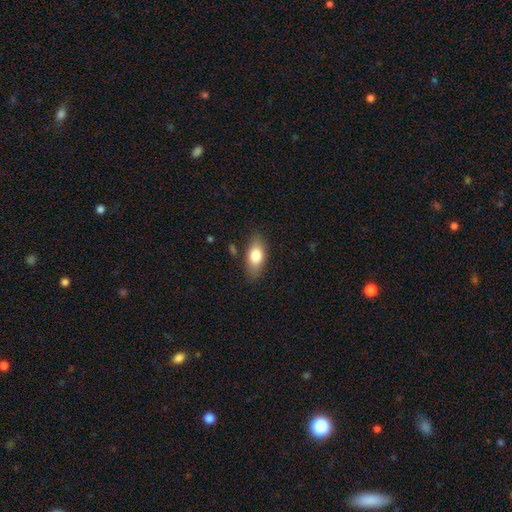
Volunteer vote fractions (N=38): Q: Smooth or featured?
A: smooth (74%); runner-up: featured or disk (21%)
Q: How rounded?
A: in between (71%); runner-up: cigar-shaped (21%)
Q: Merging?
A: none (72%); runner-up: minor disturbance (28%)